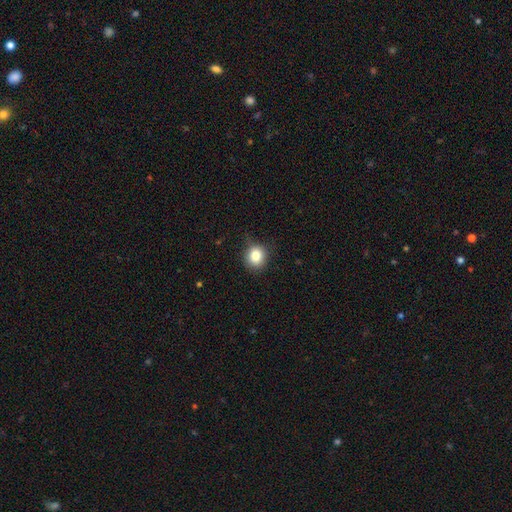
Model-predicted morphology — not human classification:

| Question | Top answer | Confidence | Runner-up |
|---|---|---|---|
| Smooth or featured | smooth | 84% | star or artifact (10%) |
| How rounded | round | 80% | in between (19%) |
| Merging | none | 79% | minor disturbance (16%) |